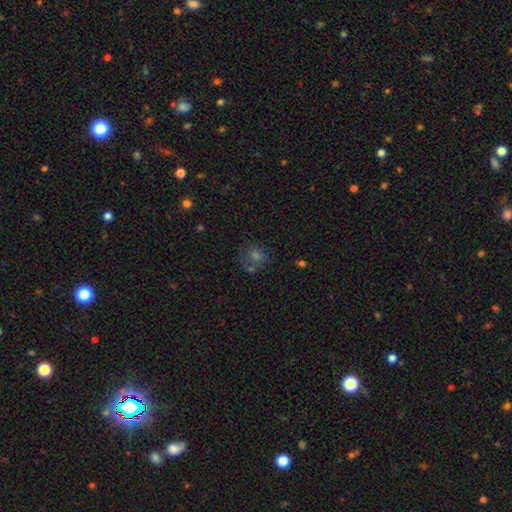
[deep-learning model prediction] Morphology: type=smooth (52%); roundness=round (81%); merging=none (57%).